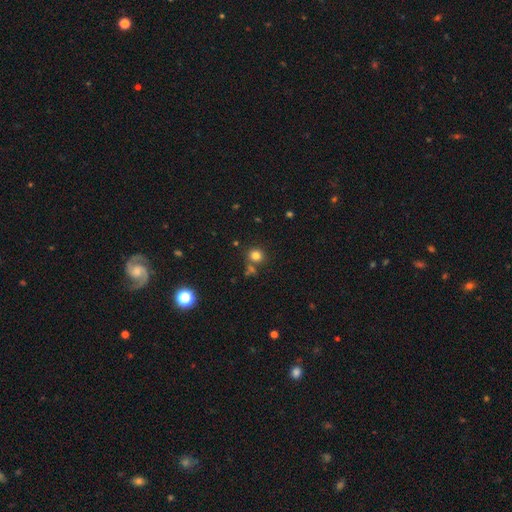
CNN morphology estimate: A smooth galaxy with no disk features (79%) that is round (89%).

Vote fractions:
- Smooth or featured? smooth: 79% / star or artifact: 15% / featured or disk: 6%
- How rounded? round: 89% / in between: 10% / cigar-shaped: 1%
- Merging? none: 74% / merger: 14% / minor disturbance: 9% / major disturbance: 3%